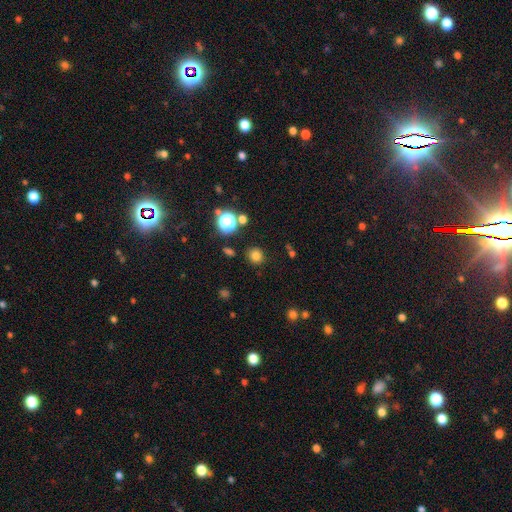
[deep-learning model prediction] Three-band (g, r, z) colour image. It shows a smooth galaxy with no disk features (77%) that is round (88%). Merging: none (86%).